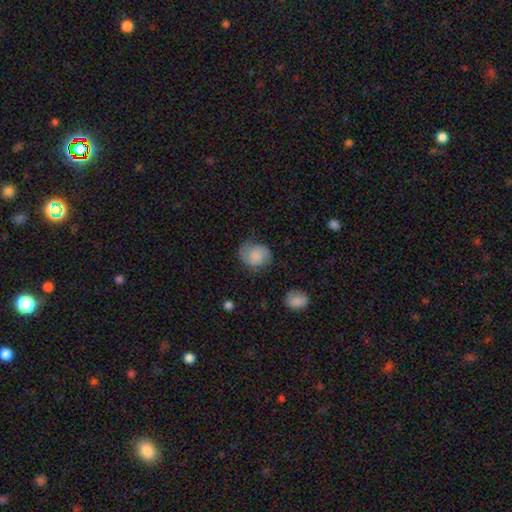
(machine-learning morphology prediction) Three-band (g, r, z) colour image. It shows a smooth galaxy with no disk features (65%) that is round (64%). Merging: none (60%).